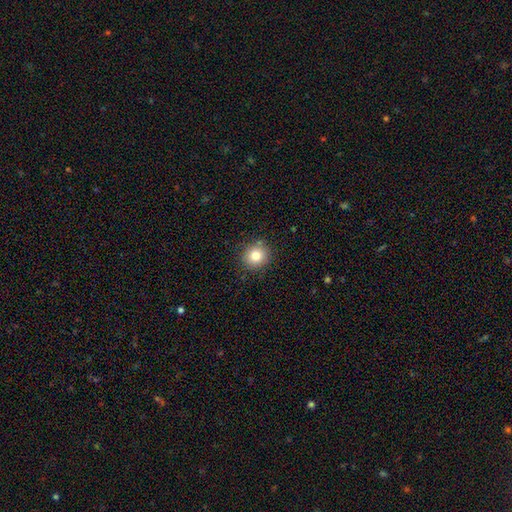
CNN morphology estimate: Smooth or featured: smooth — 81% (star or artifact — 11%)
How rounded: round — 86% (in between — 13%)
Merging: none — 86% (minor disturbance — 9%)